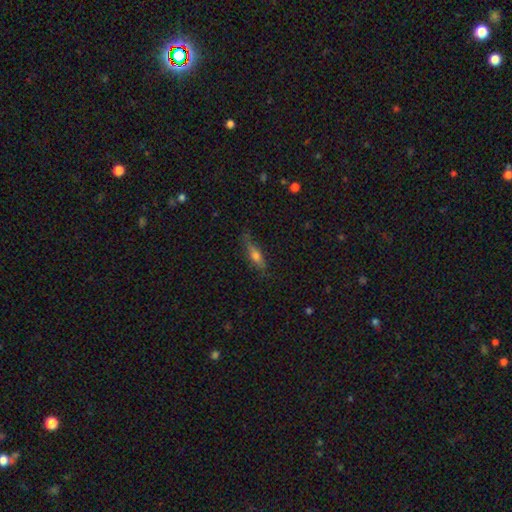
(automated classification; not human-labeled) This is possibly a smooth galaxy (55%). How rounded: likely cigar-shaped (64%). Merging: likely none (73%).